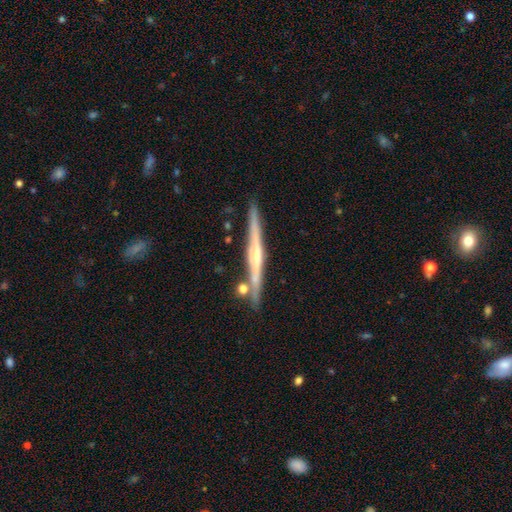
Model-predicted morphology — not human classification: smooth_or_featured: featured or disk (p=0.72) [alt: smooth p=0.22]
disk_edge_on: yes (p=0.98) [alt: no p=0.02]
edge_on_bulge: rounded (p=0.62) [alt: none p=0.28]
merging: none (p=0.83) [alt: minor disturbance p=0.09]